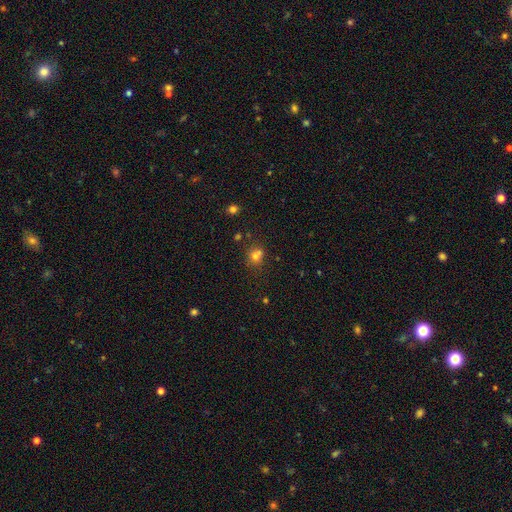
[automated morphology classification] The model was most divided on "merging": none: 50%, merger: 36%, minor disturbance: 10%, major disturbance: 4%. More confident: how rounded — round (78%); smooth or featured — smooth (69%).